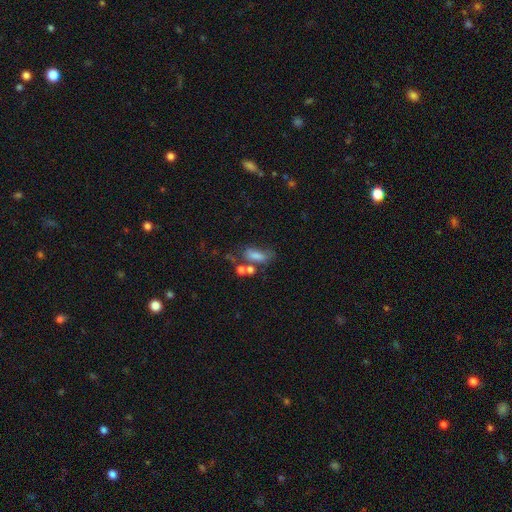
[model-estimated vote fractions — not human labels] Overall: smooth (73%). How rounded: in between (76%). Merging: none (37%; merger 24%).